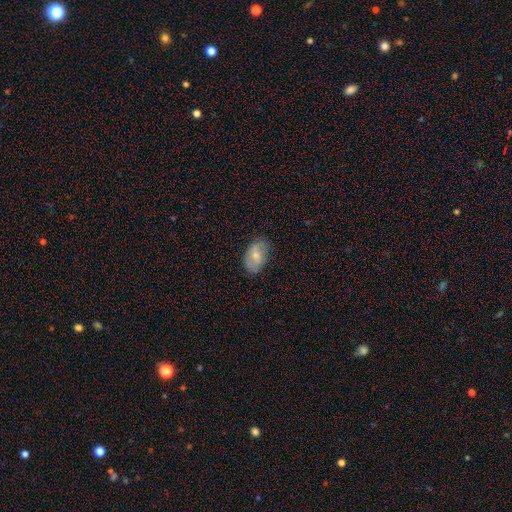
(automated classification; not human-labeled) Smooth or featured: smooth — 60% (featured or disk — 33%)
How rounded: in between — 89% (round — 10%)
Merging: none — 76% (minor disturbance — 18%)